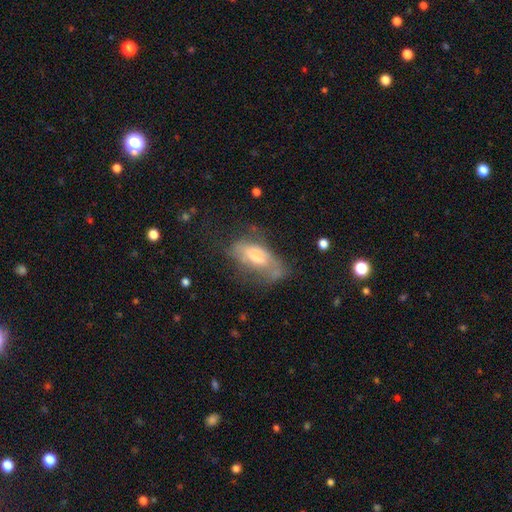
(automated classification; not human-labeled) Smooth or featured?
  - smooth: 51% *
  - featured or disk: 40%
  - star or artifact: 9%
How rounded?
  - in between: 84% *
  - cigar-shaped: 12%
  - round: 3%
Merging?
  - none: 40% *
  - minor disturbance: 30%
  - major disturbance: 26%
  - merger: 5%